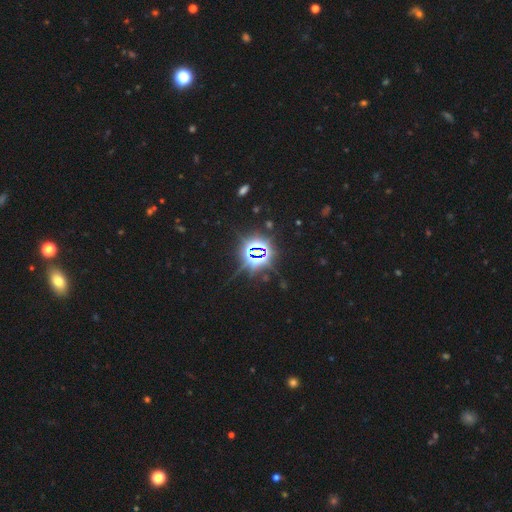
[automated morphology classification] Q: Smooth or featured?
A: star or artifact (83%); runner-up: smooth (9%)